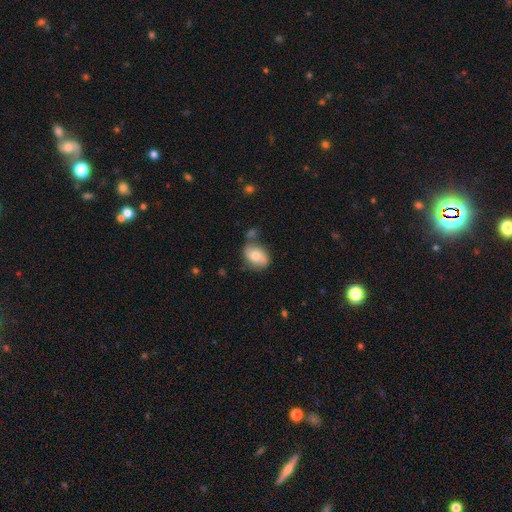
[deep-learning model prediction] Morphology: type=smooth (67%); roundness=in between (79%); merging=none (63%).